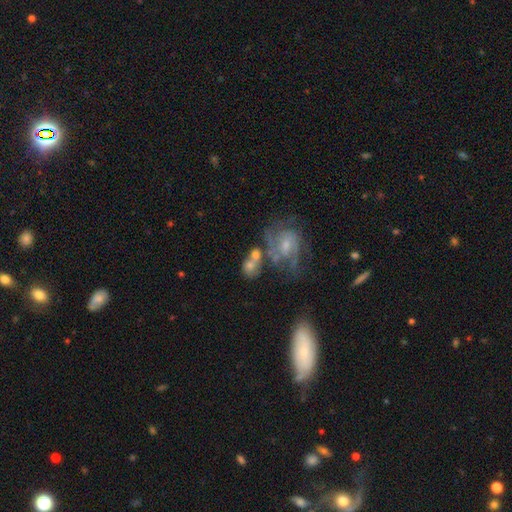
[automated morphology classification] smooth-or-featured: featured or disk: 58% | smooth: 29% | star or artifact: 13%
  disk-edge-on: no: 96% | yes: 4%
    bar: no: 60% | weak: 32% | strong: 8%
    has-spiral-arms: yes: 67% | no: 33%
    bulge-size: small: 43% | moderate: 39% | none: 11% | large: 5% | dominant: 2%
  merging: none: 38% | merger: 28% | major disturbance: 17% | minor disturbance: 17%